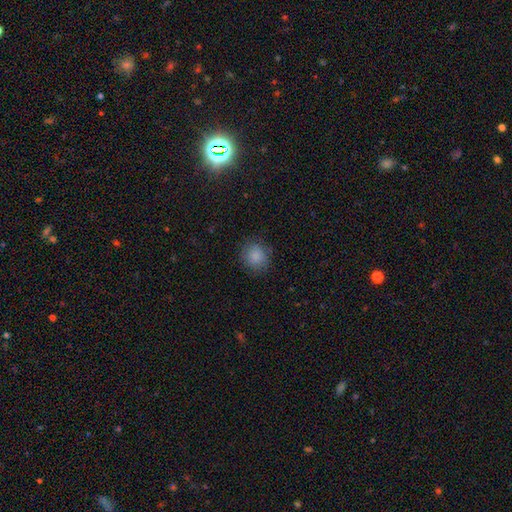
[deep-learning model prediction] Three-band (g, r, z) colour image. It shows a smooth galaxy with no disk features (86%) that is round (86%). Merging: none (83%).